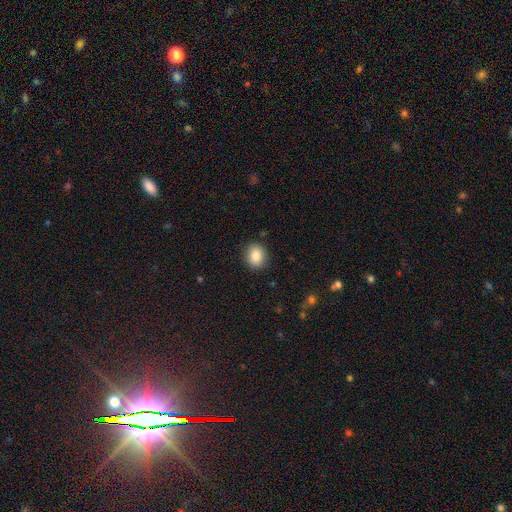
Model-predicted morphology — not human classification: This appears to be a smooth galaxy with no disk features (86%) that is round (57%). Merging: none (88%).